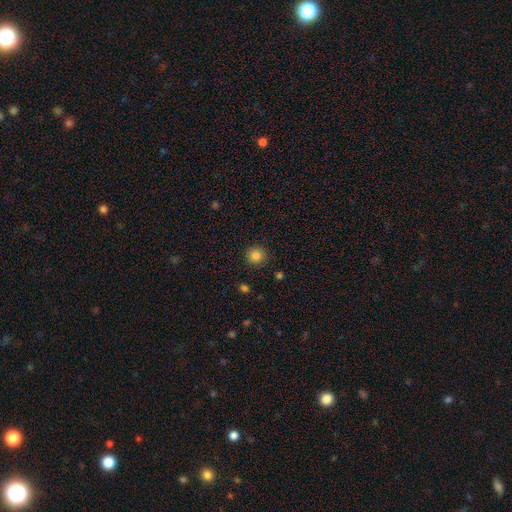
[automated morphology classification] type=smooth (84%); roundness=round (93%); merging=none (89%).